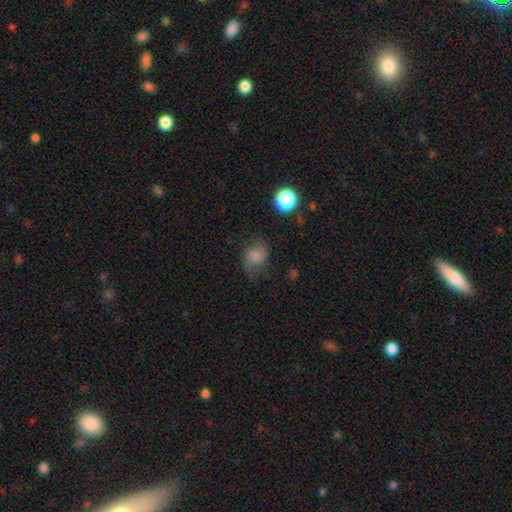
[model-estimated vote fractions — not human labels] Smooth or featured?
  - smooth: 65% *
  - featured or disk: 22%
  - star or artifact: 12%
How rounded?
  - in between: 53% *
  - round: 46%
  - cigar-shaped: 1%
Merging?
  - none: 64% *
  - minor disturbance: 24%
  - major disturbance: 10%
  - merger: 2%